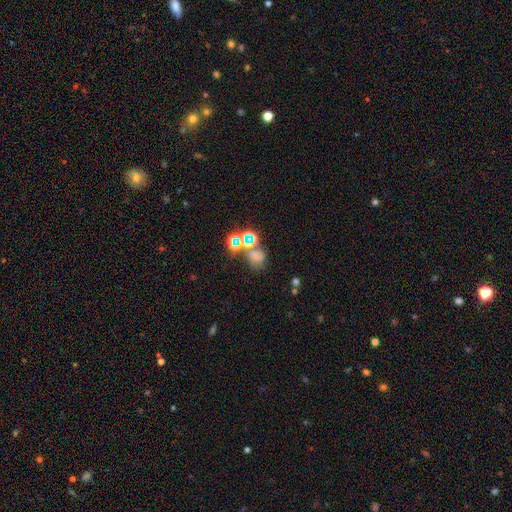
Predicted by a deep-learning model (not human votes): This is marginally a star or artifact rather than a galaxy (42%).